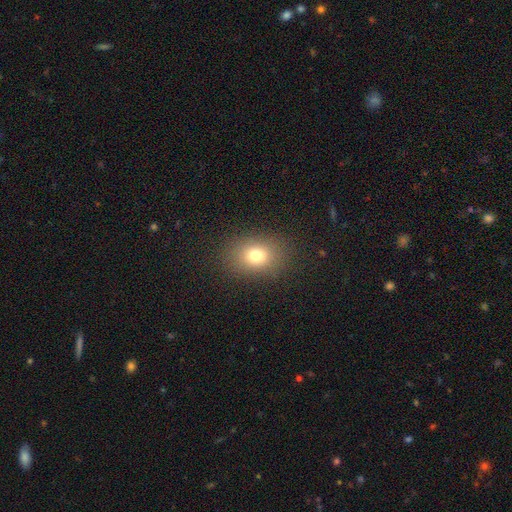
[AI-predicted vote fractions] Smooth or featured? Predicted: smooth (p=0.76). How rounded? Predicted: in between (p=0.59). Merging? Predicted: none (p=0.87).